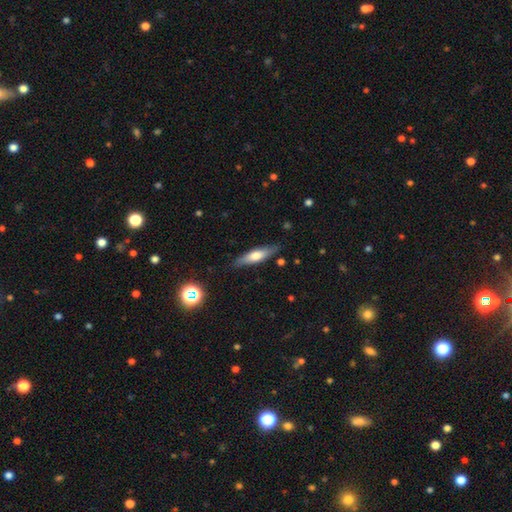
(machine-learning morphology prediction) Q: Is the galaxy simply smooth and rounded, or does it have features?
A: smooth — 55%.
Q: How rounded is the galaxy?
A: cigar-shaped — 69%.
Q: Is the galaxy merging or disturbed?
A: none — 84%.